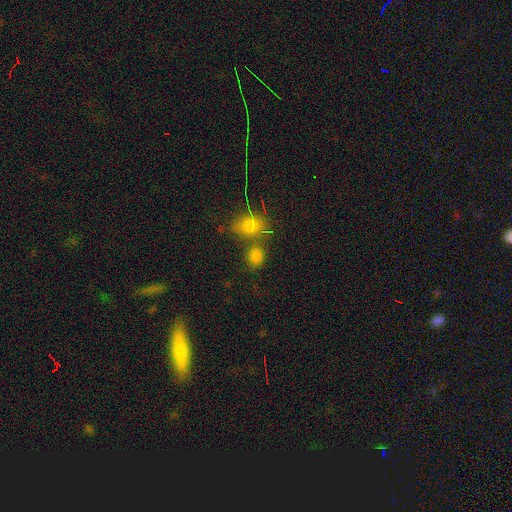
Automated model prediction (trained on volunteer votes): Smooth or featured: smooth — 78% (star or artifact — 16%)
How rounded: round — 52% (in between — 46%)
Merging: none — 58% (merger — 25%)